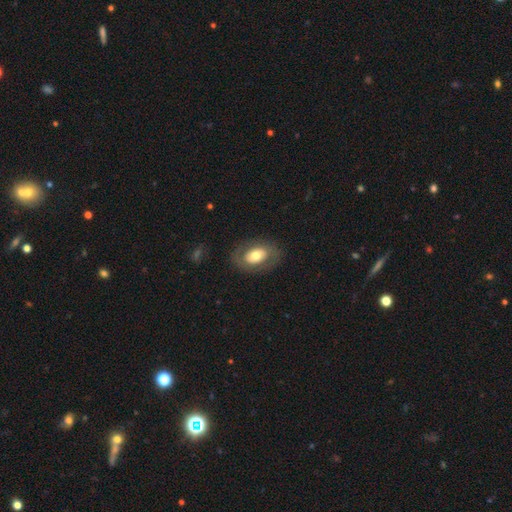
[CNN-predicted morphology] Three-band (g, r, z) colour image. It shows a smooth galaxy with no disk features (57%) that is in between round and cigar-shaped (83%). Merging: none (80%).